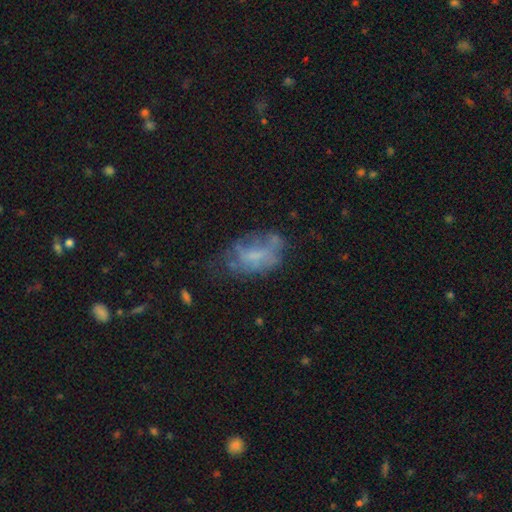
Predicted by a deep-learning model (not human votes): Smooth or featured: featured or disk — 47% (smooth — 41%)
Merging: none — 41% (minor disturbance — 27%)